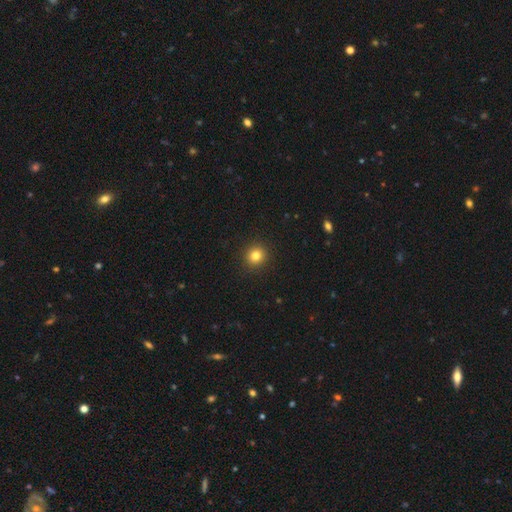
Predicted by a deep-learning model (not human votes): smooth_or_featured: smooth (p=0.81) [alt: star or artifact p=0.13]
how_rounded: round (p=0.91) [alt: in between p=0.08]
merging: none (p=0.93) [alt: minor disturbance p=0.05]